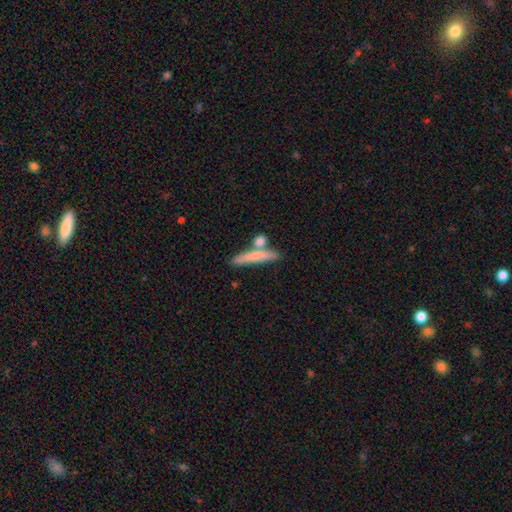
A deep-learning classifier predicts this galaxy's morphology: smooth 70%, featured or disk 23%, star or artifact 7%. Down the decision tree: how rounded — cigar-shaped (86%); merging — none (66%).